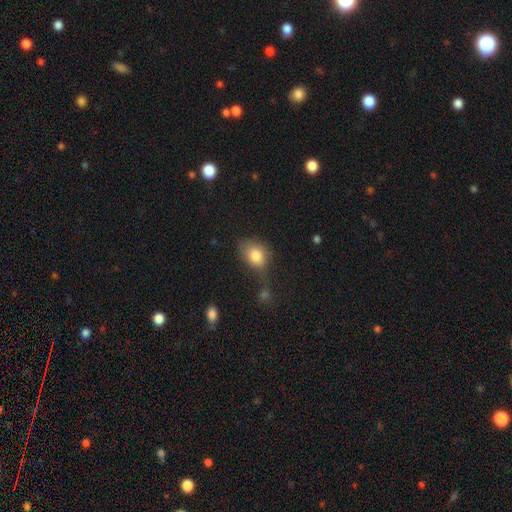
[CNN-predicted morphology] This appears to be a smooth galaxy with no disk features (81%) that is in between round and cigar-shaped (68%). Merging: none (48%).